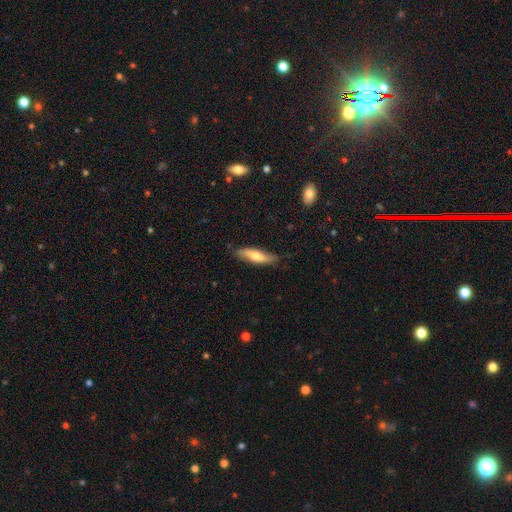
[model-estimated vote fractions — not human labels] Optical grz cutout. It shows a smooth galaxy with no disk features (68%) that is cigar-shaped (61%). Merging: none (78%).